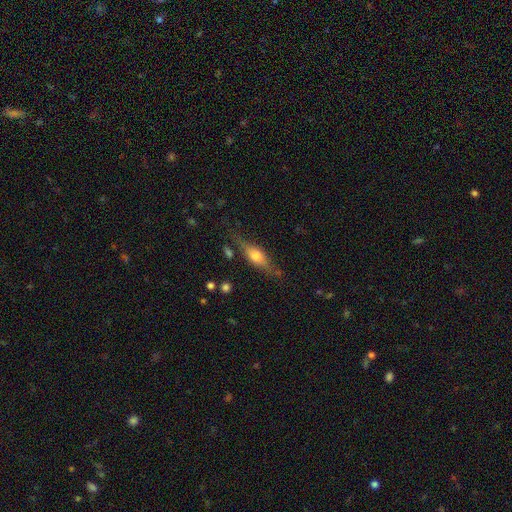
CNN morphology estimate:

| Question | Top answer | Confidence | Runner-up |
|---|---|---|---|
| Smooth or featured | featured or disk | 56% | smooth (37%) |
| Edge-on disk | yes | 90% | no (10%) |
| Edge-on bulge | rounded | 90% | boxy (8%) |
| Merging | none | 72% | minor disturbance (18%) |